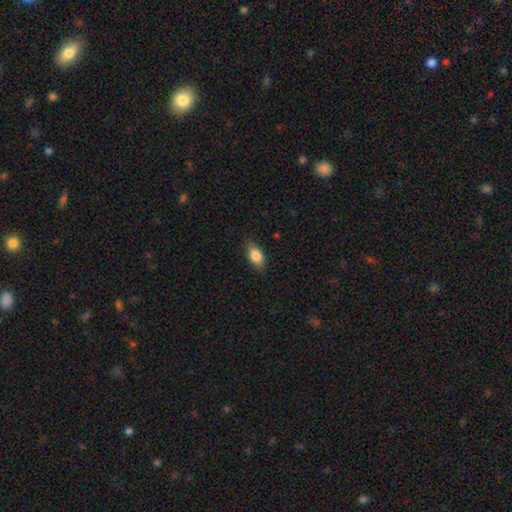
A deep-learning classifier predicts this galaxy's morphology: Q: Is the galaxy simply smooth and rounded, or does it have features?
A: smooth — 85%.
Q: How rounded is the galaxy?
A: in between — 90%.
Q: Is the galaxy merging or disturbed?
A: none — 84%.